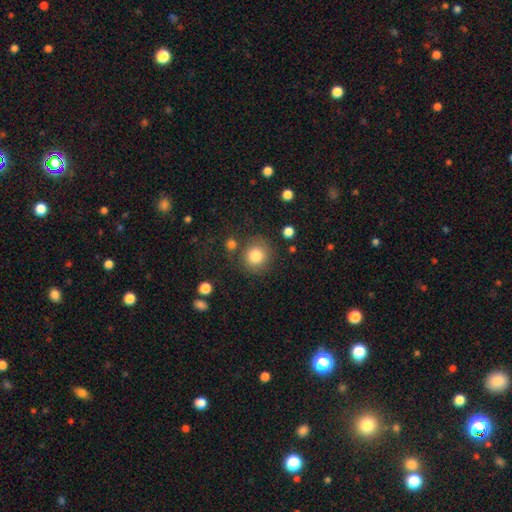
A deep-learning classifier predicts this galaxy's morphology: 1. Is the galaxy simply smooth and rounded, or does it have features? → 82% smooth, 10% star or artifact, 8% featured or disk.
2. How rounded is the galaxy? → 89% round, 10% in between, 1% cigar-shaped.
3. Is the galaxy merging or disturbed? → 78% none, 11% minor disturbance, 6% merger, 5% major disturbance.